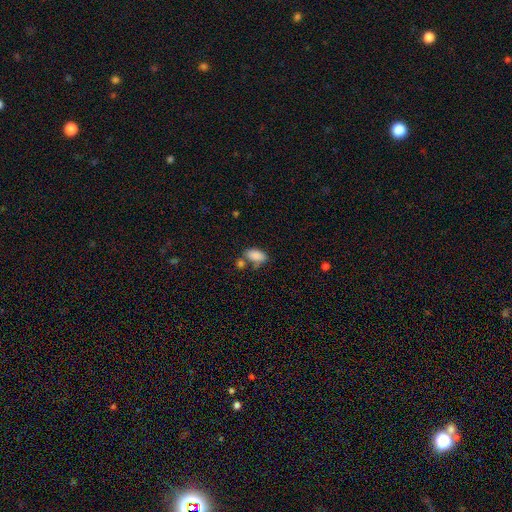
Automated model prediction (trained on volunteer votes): A smooth galaxy with no disk features (86%) that is in between round and cigar-shaped (92%).

Vote fractions:
- Smooth or featured? smooth: 86% / star or artifact: 8% / featured or disk: 6%
- How rounded? in between: 92% / round: 5% / cigar-shaped: 2%
- Merging? none: 57% / merger: 20% / minor disturbance: 17% / major disturbance: 6%